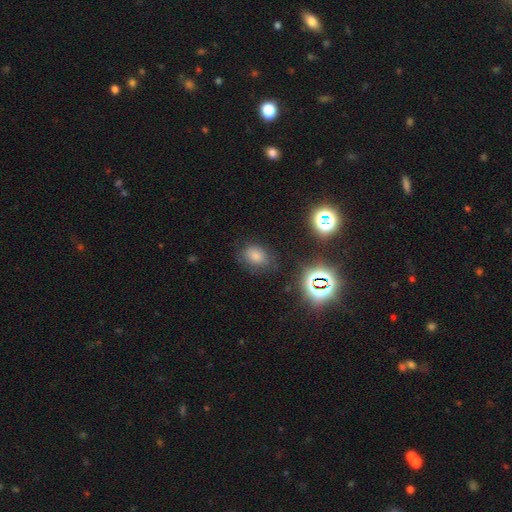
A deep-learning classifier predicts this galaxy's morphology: Q: Smooth or featured?
A: smooth (71%); runner-up: star or artifact (20%)
Q: How rounded?
A: in between (63%); runner-up: round (36%)
Q: Merging?
A: none (71%); runner-up: minor disturbance (20%)